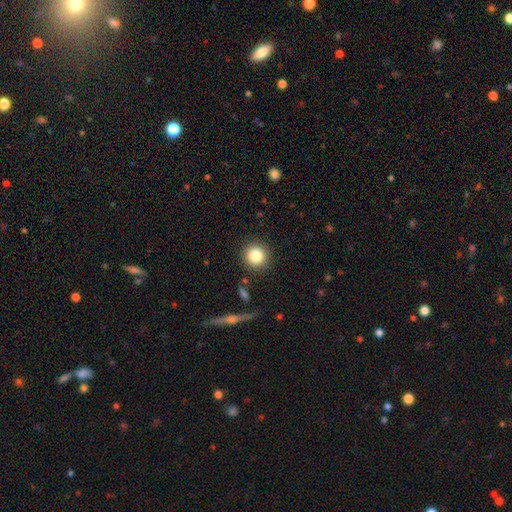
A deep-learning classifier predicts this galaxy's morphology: A smooth galaxy with no disk features (83%) that is round (93%). Merging: none (90%).